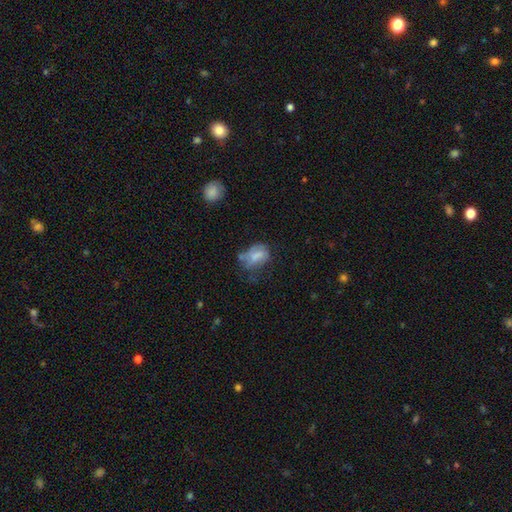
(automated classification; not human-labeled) This appears to be a smooth galaxy with no disk features (58%) that is in between round and cigar-shaped (73%). Merging: minor disturbance (32%).